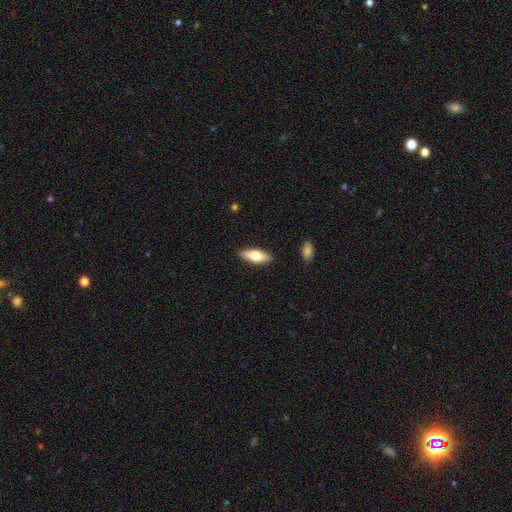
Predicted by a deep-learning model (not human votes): This is likely a smooth galaxy (65%). How rounded: likely in between (67%). Merging: clearly none (88%).